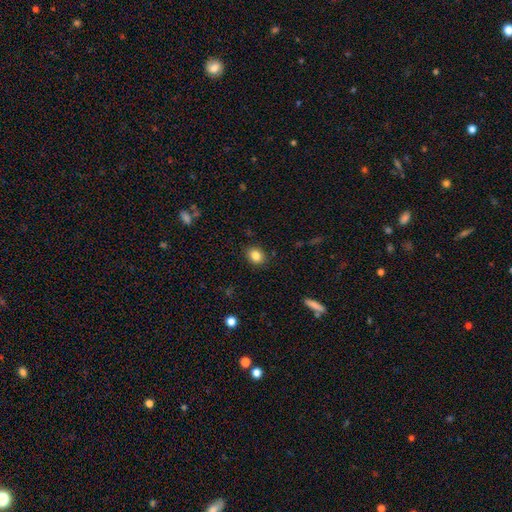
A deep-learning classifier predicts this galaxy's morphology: smooth-or-featured: smooth: 85% | star or artifact: 10% | featured or disk: 5%
  how-rounded: round: 57% | in between: 42% | cigar-shaped: 1%
  merging: none: 88% | minor disturbance: 9% | major disturbance: 2% | merger: 1%